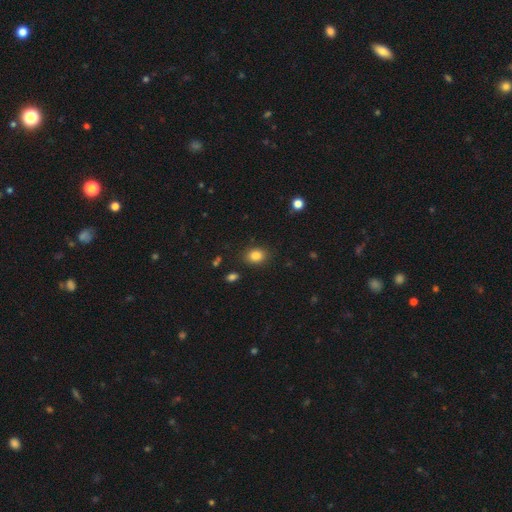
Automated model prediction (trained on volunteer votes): smooth-or-featured: smooth: 85% | star or artifact: 10% | featured or disk: 5%
  how-rounded: in between: 57% | round: 42% | cigar-shaped: 1%
  merging: none: 86% | minor disturbance: 10% | major disturbance: 3% | merger: 2%